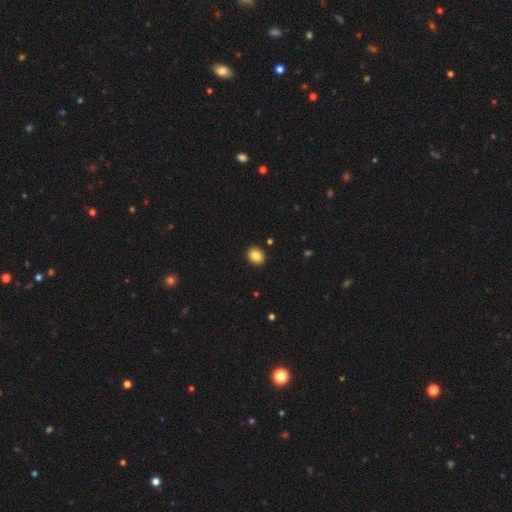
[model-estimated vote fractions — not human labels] Overall: smooth (85%). How rounded: round (57%; in between 42%). Merging: none (91%).